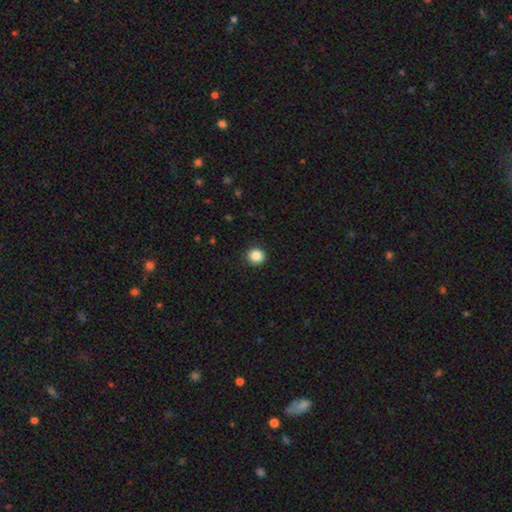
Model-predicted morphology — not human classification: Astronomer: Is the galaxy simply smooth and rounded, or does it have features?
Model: smooth — 87%.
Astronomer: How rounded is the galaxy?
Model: round — 92%.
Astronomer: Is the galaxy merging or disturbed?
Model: none — 91%.